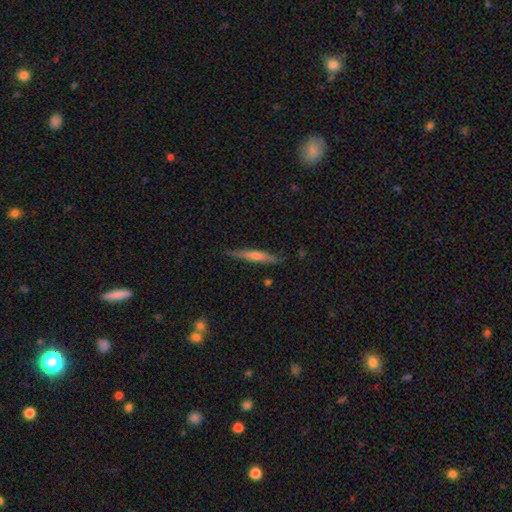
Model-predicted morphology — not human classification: featured or disk 51%, smooth 42%, star or artifact 6%. Down the decision tree: edge-on disk — yes (95%); merging — none (84%).